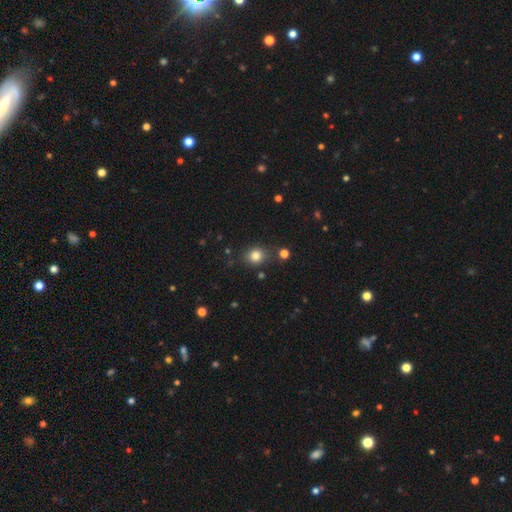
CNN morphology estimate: smooth-or-featured: smooth: 81% | star or artifact: 13% | featured or disk: 6%
  how-rounded: round: 77% | in between: 22% | cigar-shaped: 1%
  merging: none: 81% | minor disturbance: 10% | merger: 5% | major disturbance: 3%